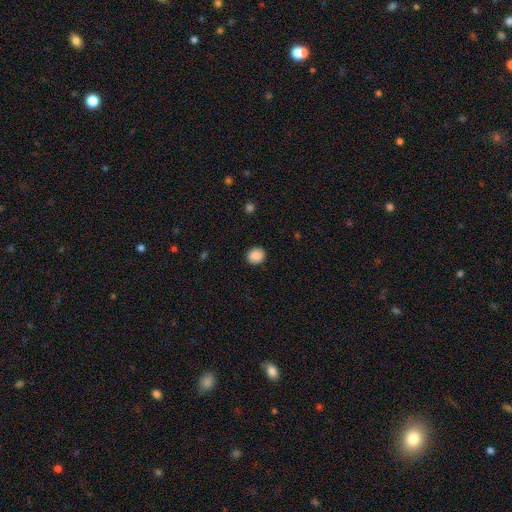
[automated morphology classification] Smooth or featured? smooth (88%)
How rounded? round (82%)
Merging? none (90%)